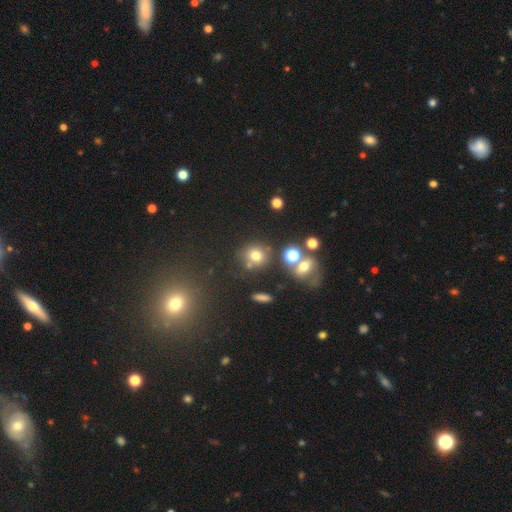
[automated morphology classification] A smooth galaxy with no disk features (69%) that is round (84%).

Vote fractions:
- Smooth or featured? smooth: 69% / star or artifact: 20% / featured or disk: 11%
- How rounded? round: 84% / in between: 14% / cigar-shaped: 1%
- Merging? none: 66% / merger: 17% / minor disturbance: 12% / major disturbance: 6%